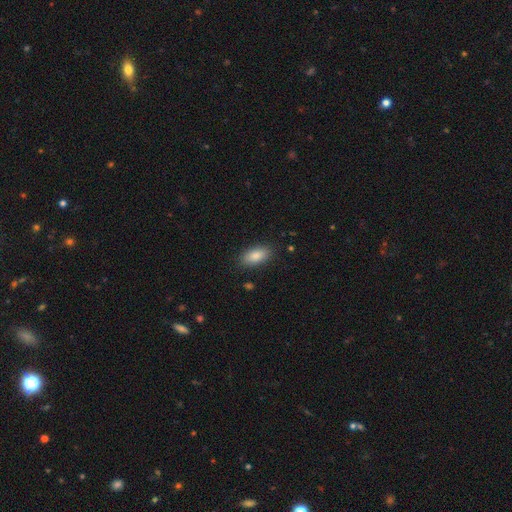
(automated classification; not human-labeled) A smooth galaxy with no disk features (85%) that is in between round and cigar-shaped (89%). Merging: none (87%).